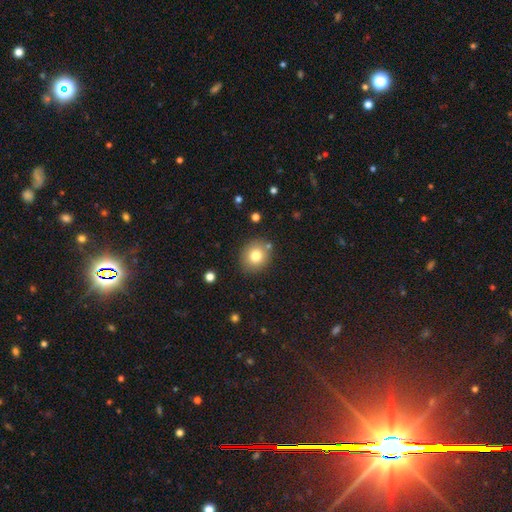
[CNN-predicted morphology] Smooth or featured?
  - smooth: 78% *
  - star or artifact: 11%
  - featured or disk: 11%
How rounded?
  - round: 80% *
  - in between: 19%
  - cigar-shaped: 1%
Merging?
  - none: 84% *
  - minor disturbance: 9%
  - merger: 4%
  - major disturbance: 3%